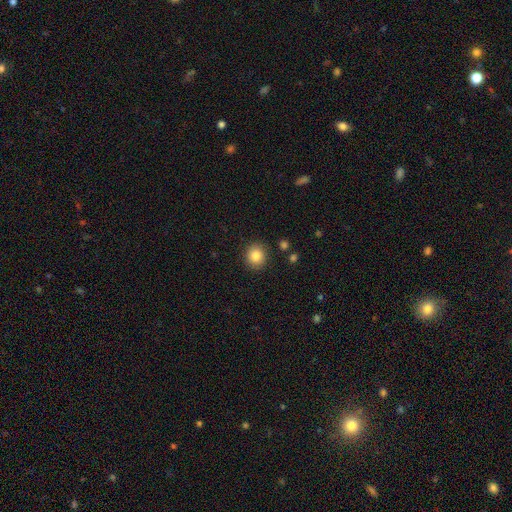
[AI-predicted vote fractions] This appears to be a smooth galaxy with no disk features (84%) that is round (83%). Merging: none (89%).